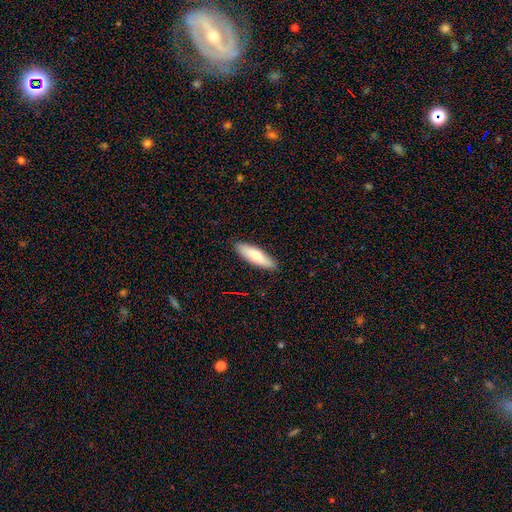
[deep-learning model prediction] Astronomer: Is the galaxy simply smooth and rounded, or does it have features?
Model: smooth — 75%.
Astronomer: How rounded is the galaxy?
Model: cigar-shaped — 55% (runner-up: in between, 44%).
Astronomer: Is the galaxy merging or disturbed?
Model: none — 89%.